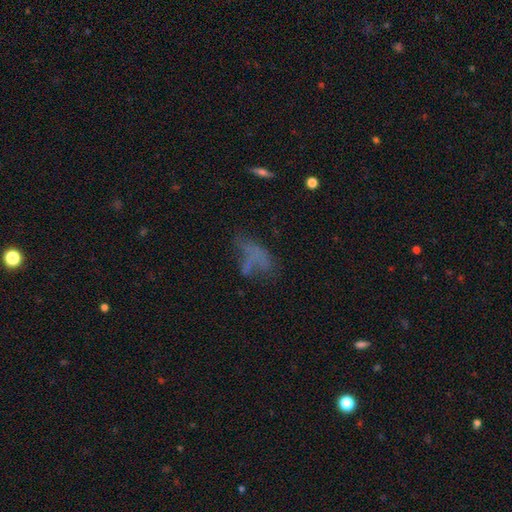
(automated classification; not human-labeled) Q: Smooth or featured?
A: smooth (41%); runner-up: featured or disk (37%)
Q: Merging?
A: major disturbance (36%); runner-up: none (34%)